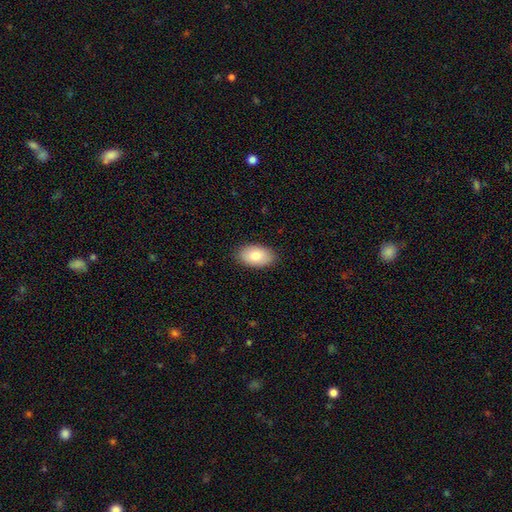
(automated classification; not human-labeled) Morphology: type=smooth (84%); roundness=in between (94%); merging=none (87%).